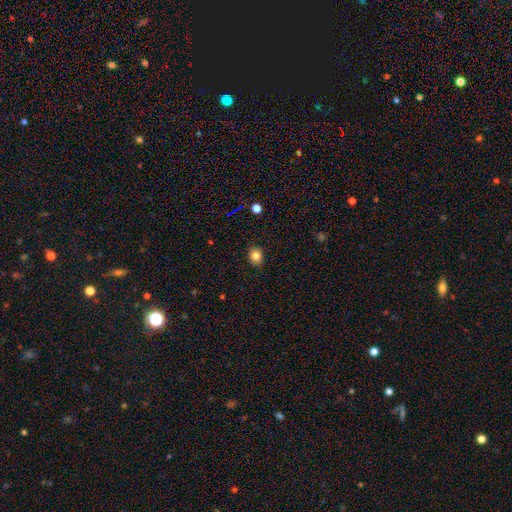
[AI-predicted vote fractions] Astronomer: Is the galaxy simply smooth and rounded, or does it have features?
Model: smooth — 82%.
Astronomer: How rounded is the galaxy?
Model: round — 53% (runner-up: in between, 46%).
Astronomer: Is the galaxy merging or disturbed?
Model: none — 87%.